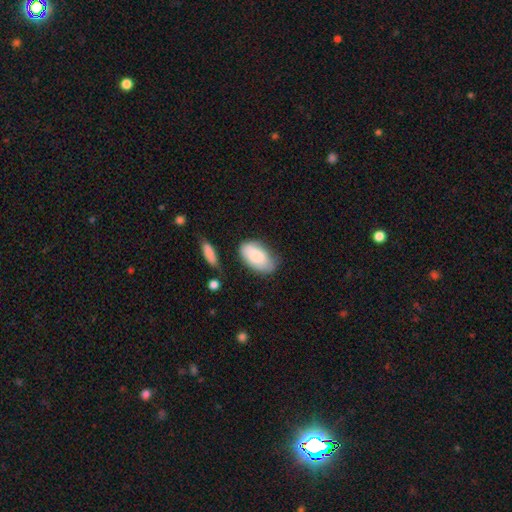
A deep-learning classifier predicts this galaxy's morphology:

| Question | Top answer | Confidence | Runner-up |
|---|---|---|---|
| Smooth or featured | smooth | 82% | featured or disk (12%) |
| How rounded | in between | 94% | round (4%) |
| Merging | none | 58% | minor disturbance (28%) |